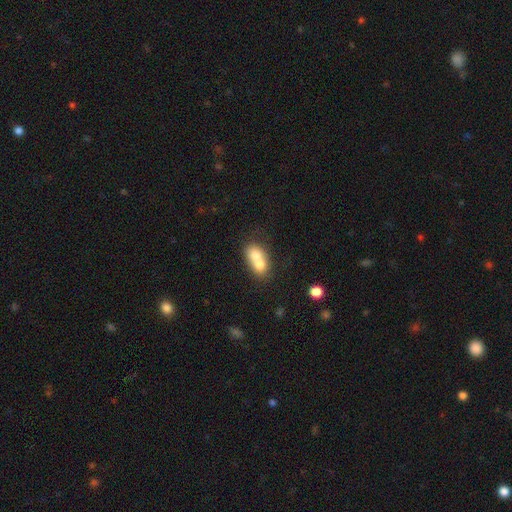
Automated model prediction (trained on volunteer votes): Smooth or featured? Predicted: smooth (p=0.67). How rounded? Predicted: in between (p=0.65). Merging? Predicted: merger (p=0.72).